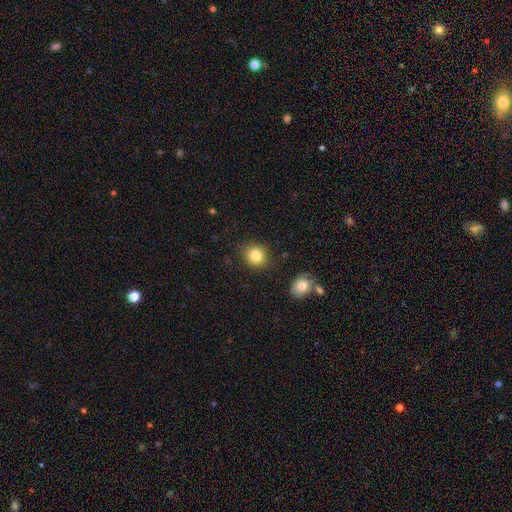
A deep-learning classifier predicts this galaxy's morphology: Smooth or featured?
  - smooth: 83% *
  - star or artifact: 10%
  - featured or disk: 6%
How rounded?
  - round: 81% *
  - in between: 18%
  - cigar-shaped: 1%
Merging?
  - none: 86% *
  - minor disturbance: 9%
  - major disturbance: 3%
  - merger: 2%